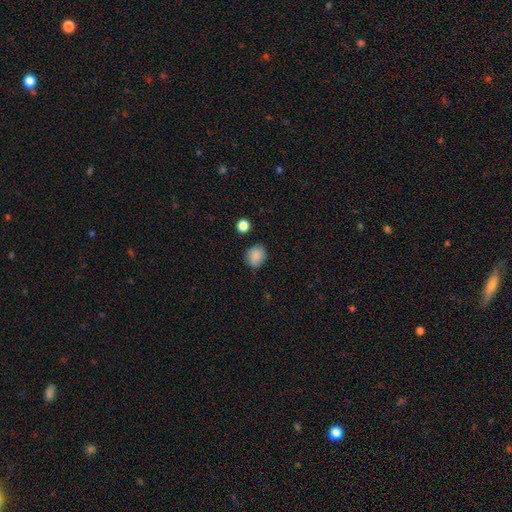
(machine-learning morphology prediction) Overall: smooth (87%). How rounded: round (60%; in between 39%). Merging: none (79%).